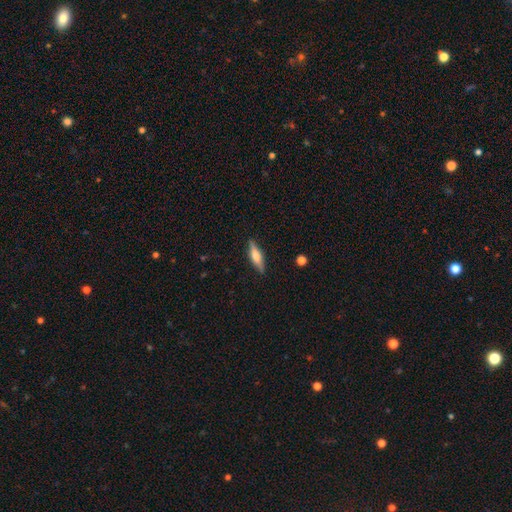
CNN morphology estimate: Smooth or featured? Predicted: smooth (p=0.48). Merging? Predicted: none (p=0.88).